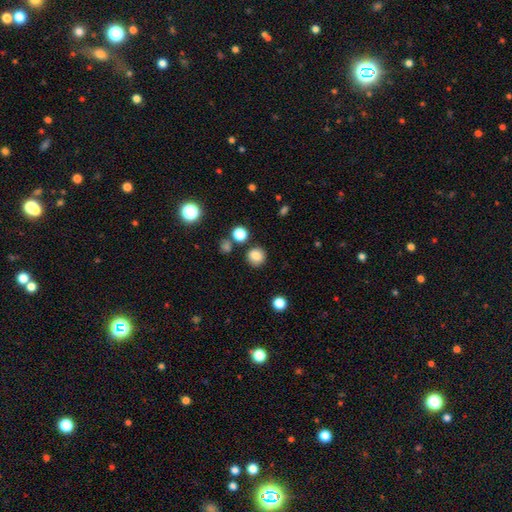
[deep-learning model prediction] A smooth galaxy with no disk features (84%) that is round (91%).

Vote fractions:
- Smooth or featured? smooth: 84% / star or artifact: 11% / featured or disk: 5%
- How rounded? round: 91% / in between: 8% / cigar-shaped: 1%
- Merging? none: 86% / minor disturbance: 7% / merger: 4% / major disturbance: 3%